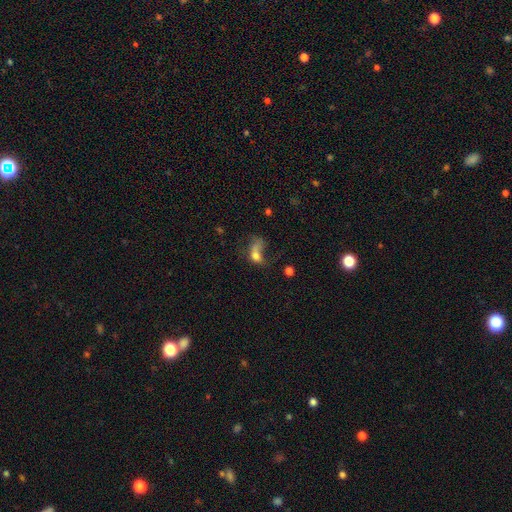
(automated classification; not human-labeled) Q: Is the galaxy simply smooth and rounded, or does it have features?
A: smooth — 59%.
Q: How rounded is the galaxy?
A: in between — 73%.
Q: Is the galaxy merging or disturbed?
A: major disturbance — 51%.